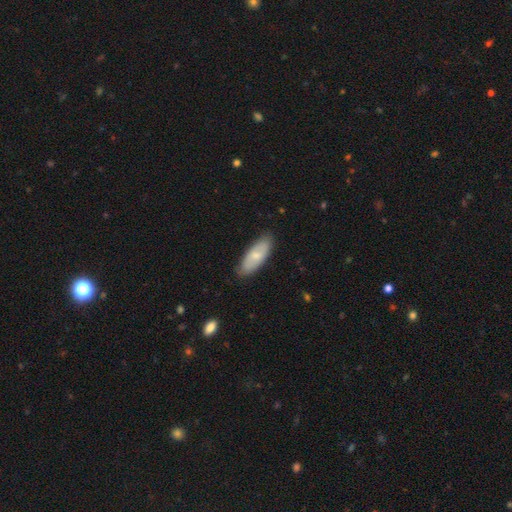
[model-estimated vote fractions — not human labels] Smooth or featured? smooth (68%)
How rounded? in between (76%)
Merging? none (82%)